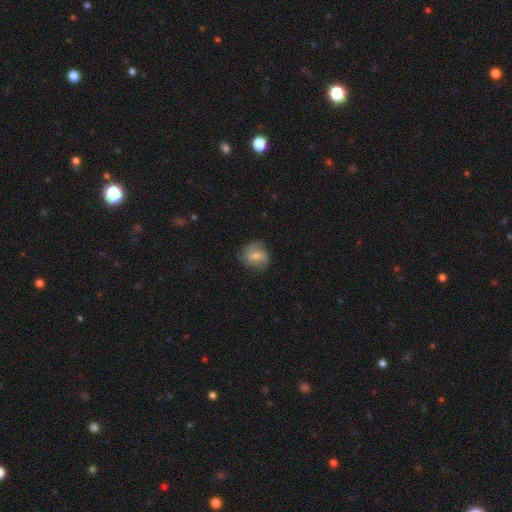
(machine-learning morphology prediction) Smooth or featured: smooth — 53% (featured or disk — 39%)
How rounded: round — 66% (in between — 32%)
Merging: none — 64% (minor disturbance — 25%)